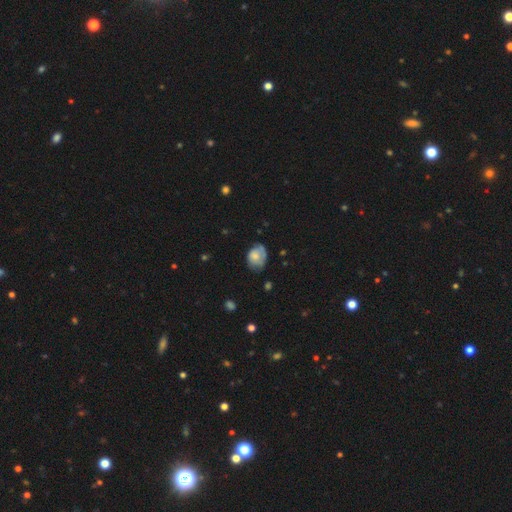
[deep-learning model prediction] Smooth or featured: smooth — 64% (featured or disk — 29%)
How rounded: in between — 63% (round — 36%)
Merging: none — 49% (minor disturbance — 35%)